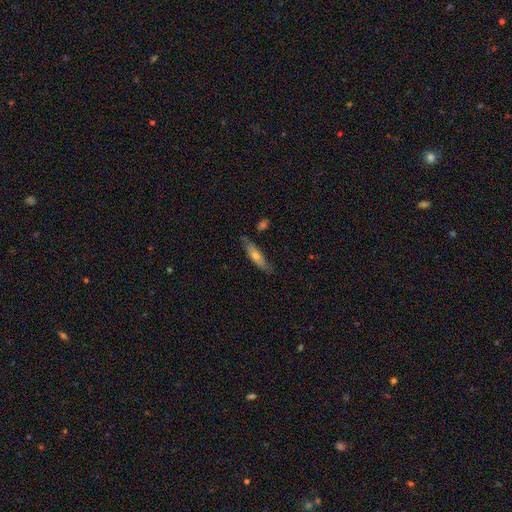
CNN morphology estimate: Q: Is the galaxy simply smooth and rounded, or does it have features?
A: smooth — 53%.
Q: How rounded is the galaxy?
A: cigar-shaped — 71%.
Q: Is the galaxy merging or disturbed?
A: none — 79%.